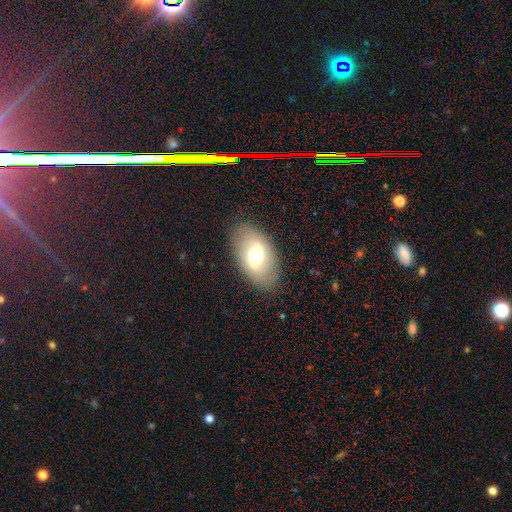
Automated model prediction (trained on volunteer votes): Smooth or featured: smooth — 52% (featured or disk — 40%)
How rounded: in between — 89% (round — 9%)
Merging: none — 83% (minor disturbance — 11%)